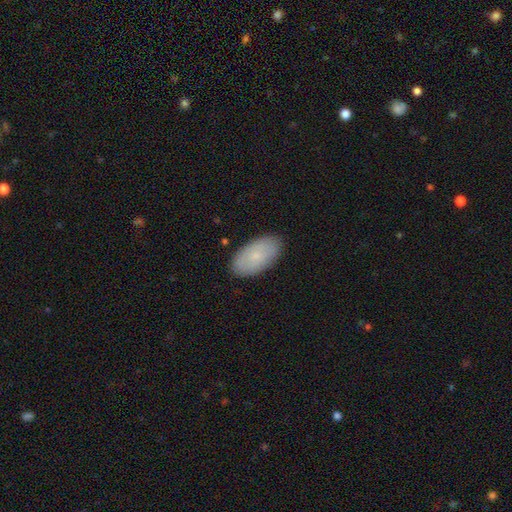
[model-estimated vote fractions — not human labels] smooth_or_featured: smooth (p=0.78) [alt: featured or disk p=0.15]
how_rounded: in between (p=0.95) [alt: round p=0.03]
merging: none (p=0.87) [alt: minor disturbance p=0.10]